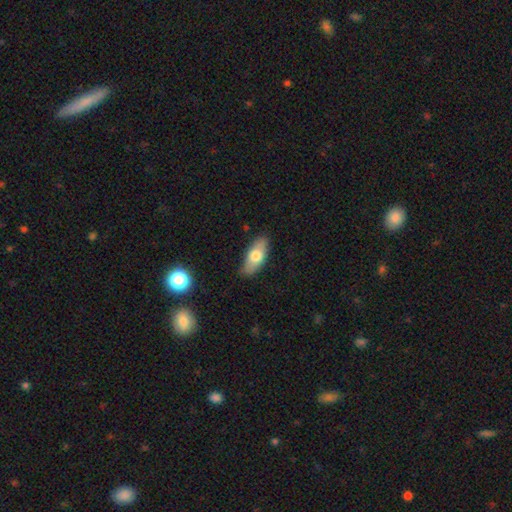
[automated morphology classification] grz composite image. It shows a smooth galaxy with no disk features (69%) that is in between round and cigar-shaped (81%). Merging: none (83%).